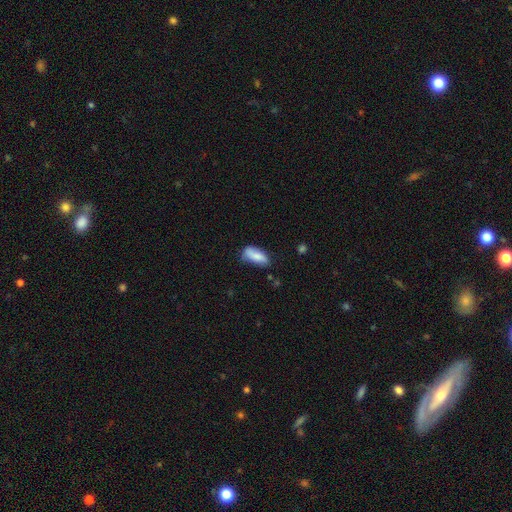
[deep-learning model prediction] Smooth or featured? smooth (80%)
How rounded? in between (80%)
Merging? none (54%)